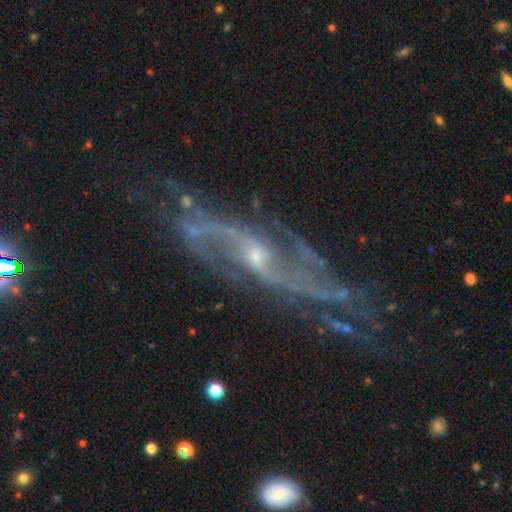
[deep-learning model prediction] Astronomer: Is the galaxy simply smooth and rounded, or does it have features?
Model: featured or disk — 81%.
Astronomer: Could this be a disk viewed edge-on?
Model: no — 75%.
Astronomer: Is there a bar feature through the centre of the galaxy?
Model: no — 47% (runner-up: weak, 38%).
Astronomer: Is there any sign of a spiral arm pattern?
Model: yes — 93%.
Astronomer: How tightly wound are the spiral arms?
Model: medium — 39% (runner-up: loose, 38%).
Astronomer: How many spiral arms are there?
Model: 2 — 61%.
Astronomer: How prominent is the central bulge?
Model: small — 65%.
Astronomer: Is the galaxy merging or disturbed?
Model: none — 73%.